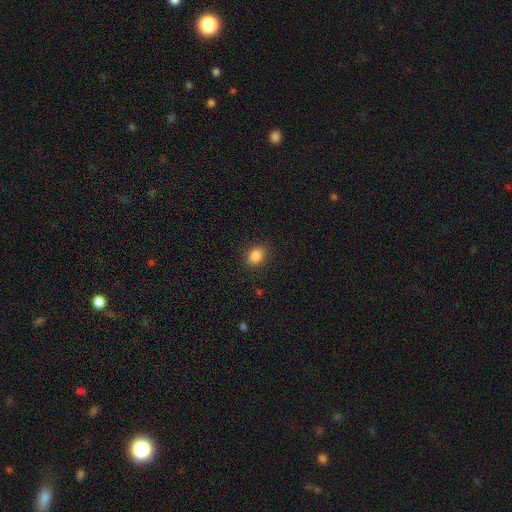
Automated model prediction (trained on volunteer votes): This appears to be a smooth galaxy with no disk features (86%) that is in between round and cigar-shaped (63%). Merging: none (87%).